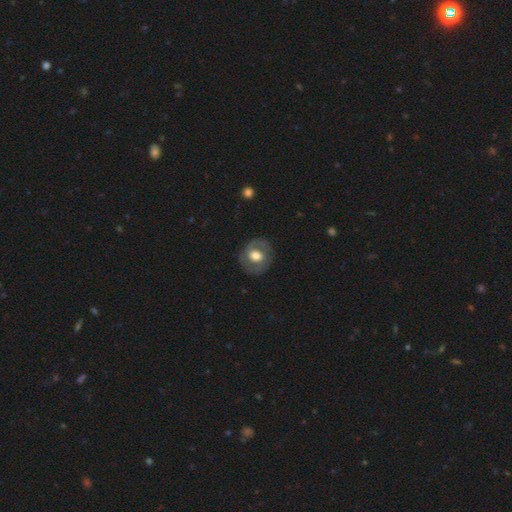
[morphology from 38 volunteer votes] This is likely a featured or disk galaxy (71%). It is clearly not viewed edge-on (100%). Bar: marginally no (41%). Spiral arm pattern: likely yes (74%). Spiral arm count: likely 2 (65%). Spiral winding: marginally tight (40%, tied with medium). Central bulge: possibly large (52%). Merging: likely none (75%).